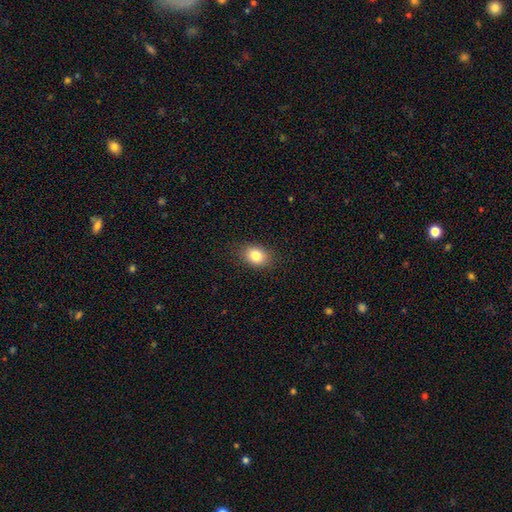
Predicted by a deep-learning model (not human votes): Smooth or featured?
  - smooth: 82% *
  - star or artifact: 10%
  - featured or disk: 8%
How rounded?
  - in between: 65% *
  - round: 34%
  - cigar-shaped: 1%
Merging?
  - none: 87% *
  - minor disturbance: 9%
  - major disturbance: 2%
  - merger: 1%